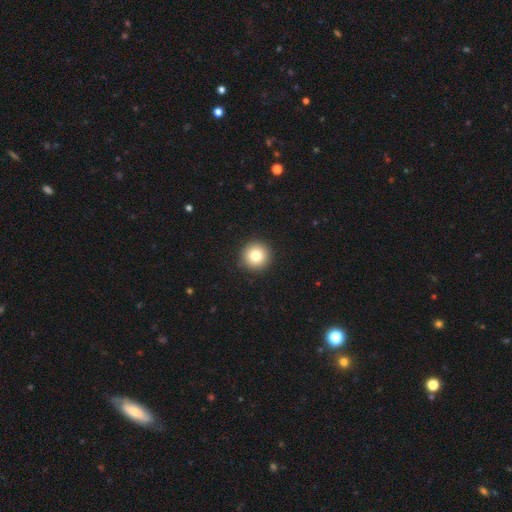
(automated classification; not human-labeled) This is likely a smooth galaxy (78%). How rounded: clearly round (96%). Merging: clearly none (93%).